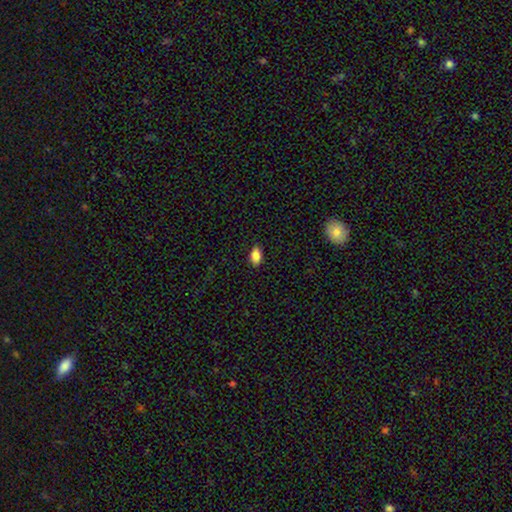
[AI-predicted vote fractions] Smooth or featured: smooth — 85% (star or artifact — 9%)
How rounded: in between — 91% (round — 6%)
Merging: none — 88% (minor disturbance — 9%)